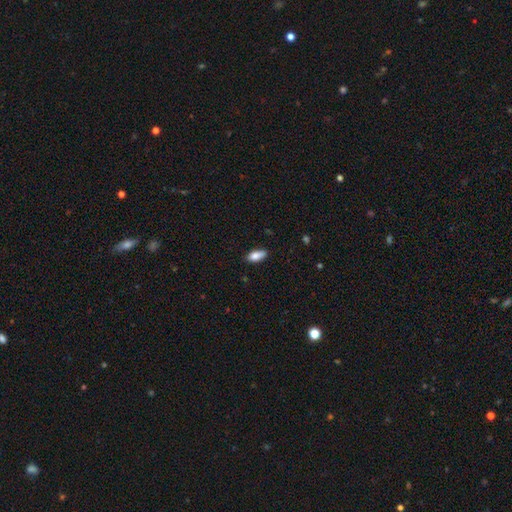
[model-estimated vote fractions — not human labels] smooth-or-featured: smooth: 82% | featured or disk: 11% | star or artifact: 7%
  how-rounded: in between: 85% | cigar-shaped: 12% | round: 3%
  merging: none: 77% | minor disturbance: 18% | major disturbance: 3% | merger: 2%